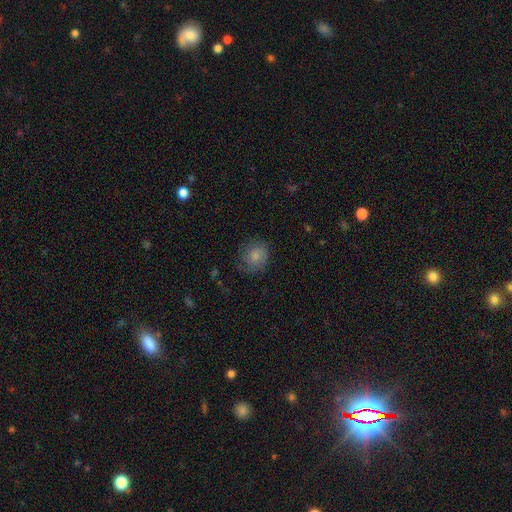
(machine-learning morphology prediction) Smooth or featured? Predicted: smooth (p=0.79). How rounded? Predicted: round (p=0.75). Merging? Predicted: none (p=0.67).